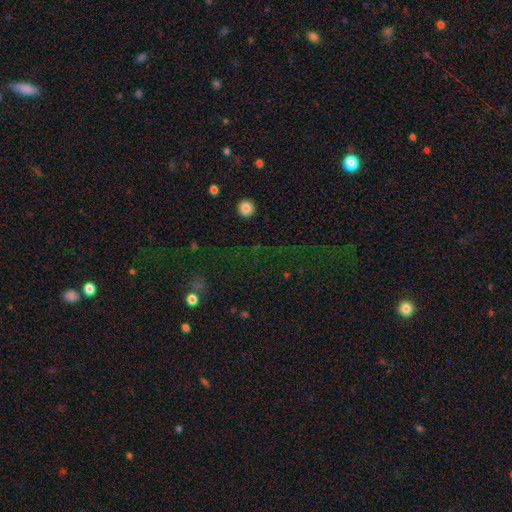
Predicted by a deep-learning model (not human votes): smooth-or-featured: star or artifact: 62% | smooth: 24% | featured or disk: 13%